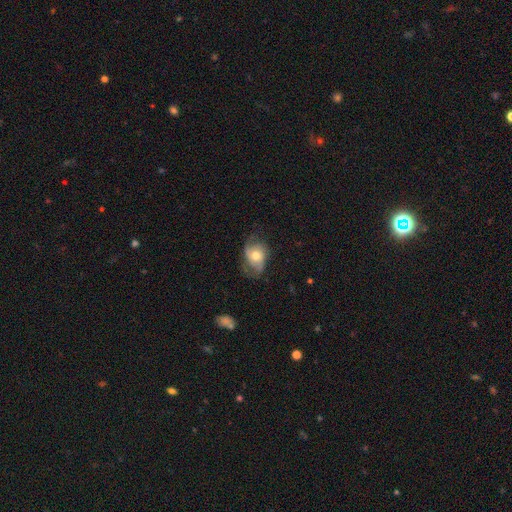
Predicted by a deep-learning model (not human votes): smooth-or-featured: featured or disk: 51% | smooth: 42% | star or artifact: 8%
  disk-edge-on: no: 95% | yes: 5%
  merging: none: 51% | minor disturbance: 29% | major disturbance: 19% | merger: 2%